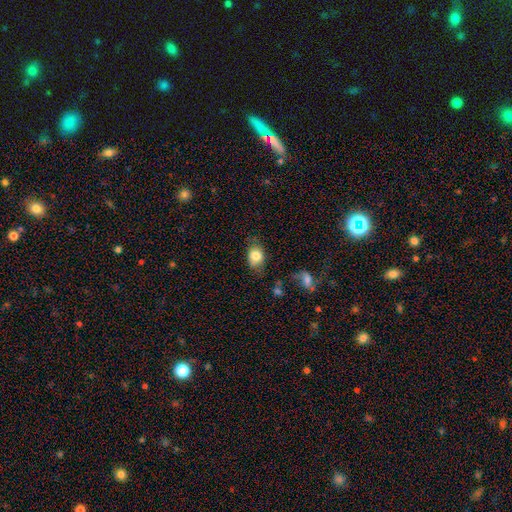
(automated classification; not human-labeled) smooth-or-featured: smooth: 81% | featured or disk: 11% | star or artifact: 8%
  how-rounded: in between: 70% | round: 28% | cigar-shaped: 2%
  merging: none: 66% | minor disturbance: 24% | major disturbance: 7% | merger: 3%